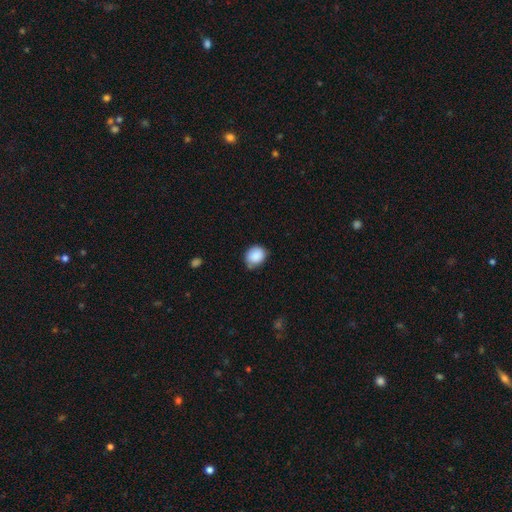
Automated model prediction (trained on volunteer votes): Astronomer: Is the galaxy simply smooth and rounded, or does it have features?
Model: smooth — 88%.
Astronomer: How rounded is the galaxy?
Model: round — 63%.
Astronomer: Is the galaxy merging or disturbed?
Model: none — 64%.